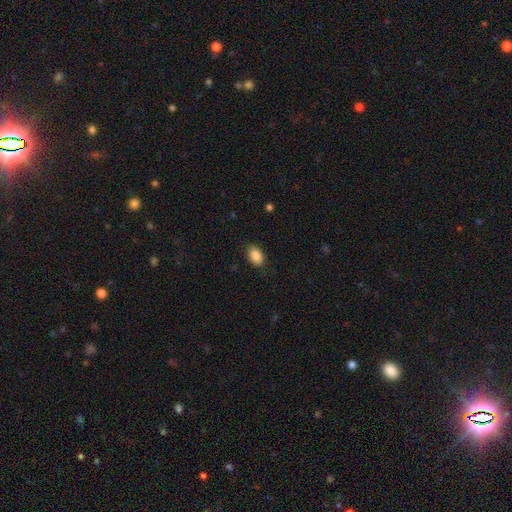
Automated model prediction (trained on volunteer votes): Smooth or featured: smooth — 88% (star or artifact — 8%)
How rounded: in between — 88% (round — 11%)
Merging: none — 85% (minor disturbance — 11%)